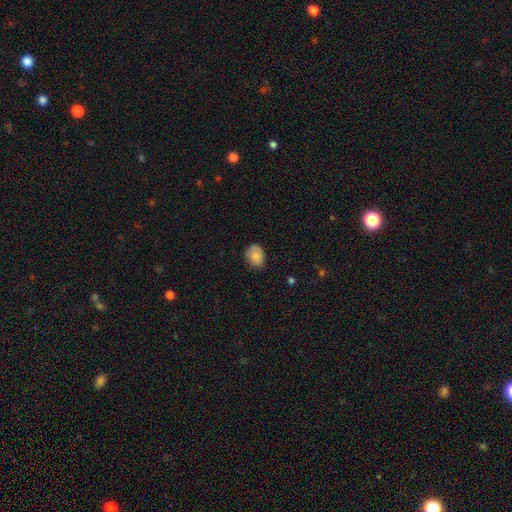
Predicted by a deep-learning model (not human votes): Smooth or featured: smooth — 81% (featured or disk — 11%)
How rounded: in between — 57% (round — 42%)
Merging: none — 72% (minor disturbance — 23%)